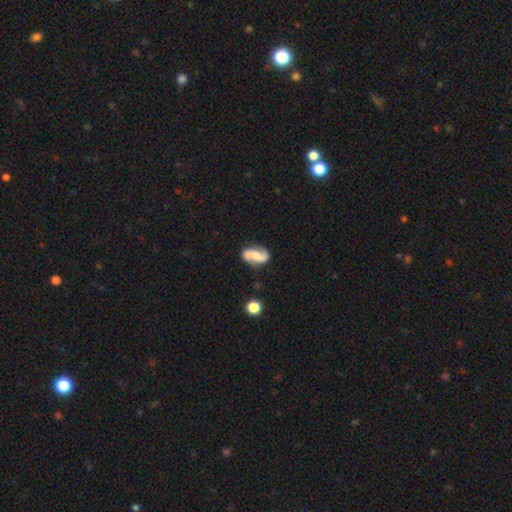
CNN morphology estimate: A featured or disk galaxy (80%) with no bar (47%), 2 (92%) loose (47%) spiral arms (96%) and a moderate central bulge (37%).

Vote fractions:
- Smooth or featured? featured or disk: 80% / smooth: 14% / star or artifact: 6%
- Edge-on disk? no: 98% / yes: 2%
- Bar? no: 47% / weak: 37% / strong: 15%
- Spiral arms? yes: 96% / no: 4%
- Spiral winding? loose: 47% / medium: 39% / tight: 14%
- Spiral arm count? 2: 92% / can't tell: 3% / 1: 2% / 3: 1% / 4: 1% / more than 4: 1%
- Bulge size? moderate: 37% / small: 31% / none: 21% / large: 9% / dominant: 2%
- Merging? none: 74% / minor disturbance: 16% / major disturbance: 5% / merger: 5%